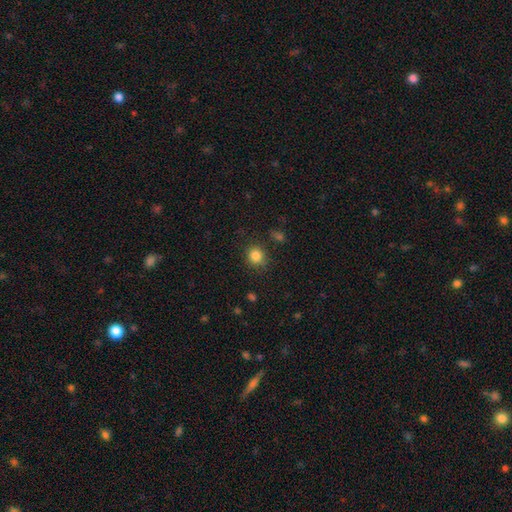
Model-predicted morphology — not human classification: smooth_or_featured: smooth (p=0.84) [alt: star or artifact p=0.11]
how_rounded: round (p=0.90) [alt: in between p=0.09]
merging: none (p=0.86) [alt: minor disturbance p=0.09]